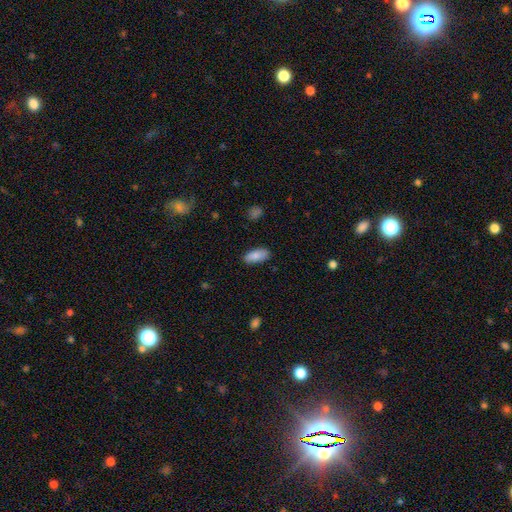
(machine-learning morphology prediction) smooth_or_featured: smooth (p=0.86) [alt: featured or disk p=0.08]
how_rounded: in between (p=0.87) [alt: cigar-shaped p=0.11]
merging: none (p=0.87) [alt: minor disturbance p=0.10]